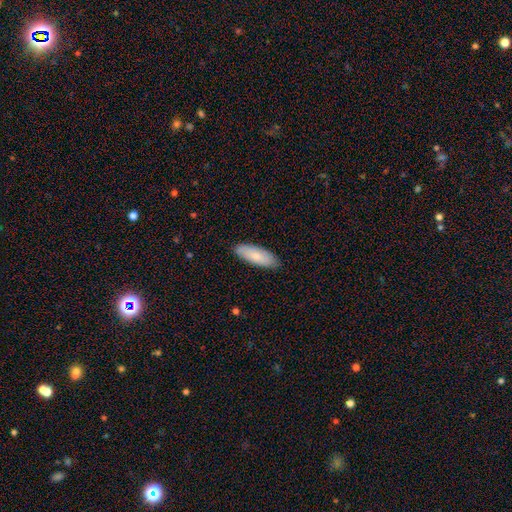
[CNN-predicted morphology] Q: Smooth or featured?
A: smooth (80%); runner-up: featured or disk (15%)
Q: How rounded?
A: in between (66%); runner-up: cigar-shaped (33%)
Q: Merging?
A: none (86%); runner-up: minor disturbance (11%)